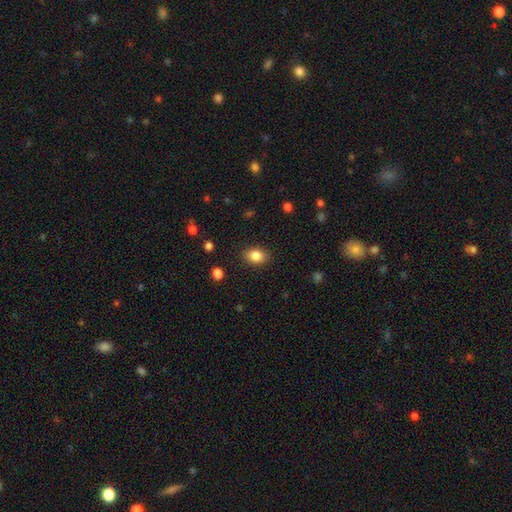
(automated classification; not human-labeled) This appears to be a smooth galaxy with no disk features (85%) that is in between round and cigar-shaped (77%). Merging: none (86%).